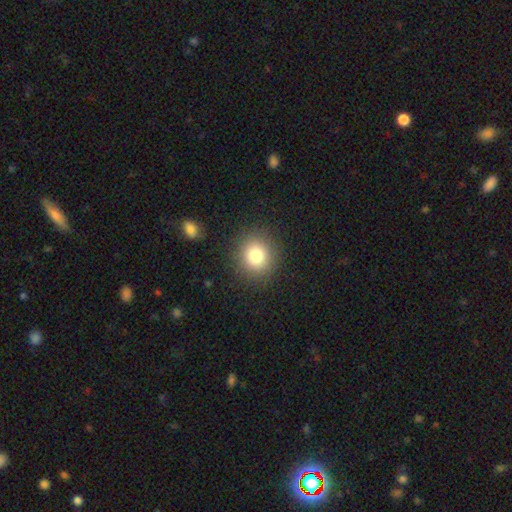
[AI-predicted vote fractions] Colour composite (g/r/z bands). It shows a smooth galaxy with no disk features (80%) that is round (87%). Merging: none (89%).